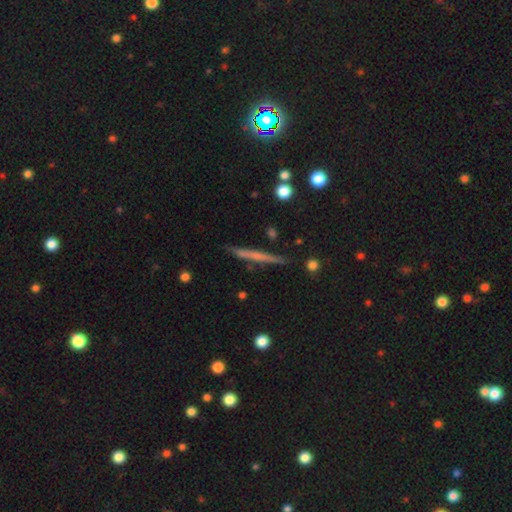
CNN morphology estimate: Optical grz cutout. It shows a featured or disk galaxy (49%). Merging: none (88%).